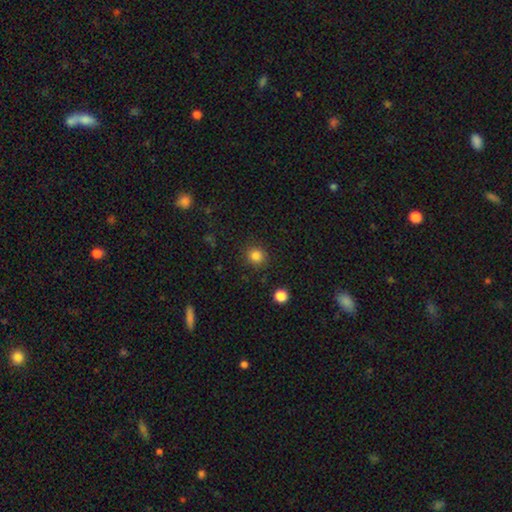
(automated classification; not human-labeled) smooth_or_featured: smooth (p=0.84) [alt: star or artifact p=0.12]
how_rounded: round (p=0.87) [alt: in between p=0.12]
merging: none (p=0.88) [alt: minor disturbance p=0.08]